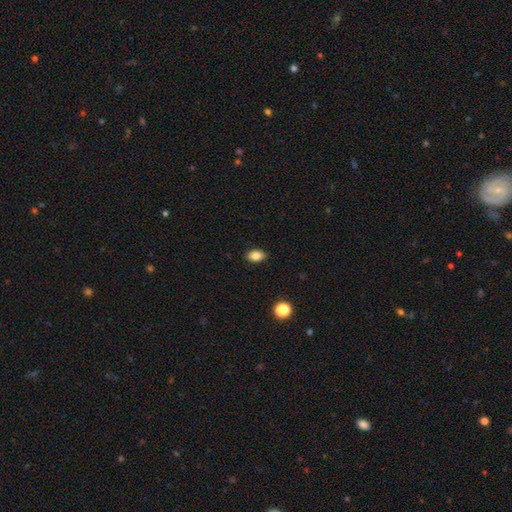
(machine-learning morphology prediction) smooth_or_featured: smooth (p=0.83) [alt: star or artifact p=0.09]
how_rounded: in between (p=0.87) [alt: round p=0.11]
merging: none (p=0.89) [alt: minor disturbance p=0.08]